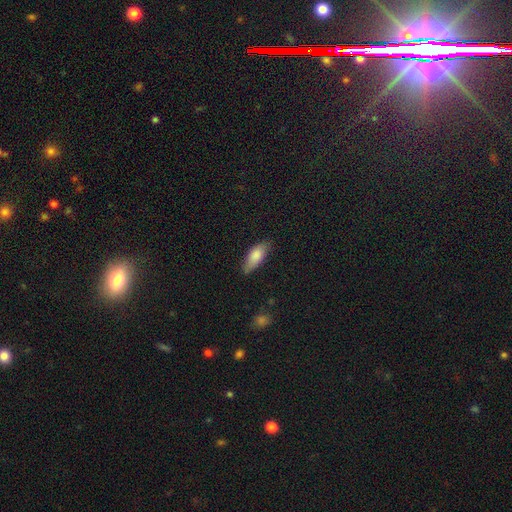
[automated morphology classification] type=smooth (83%); roundness=in between (76%); merging=none (73%).